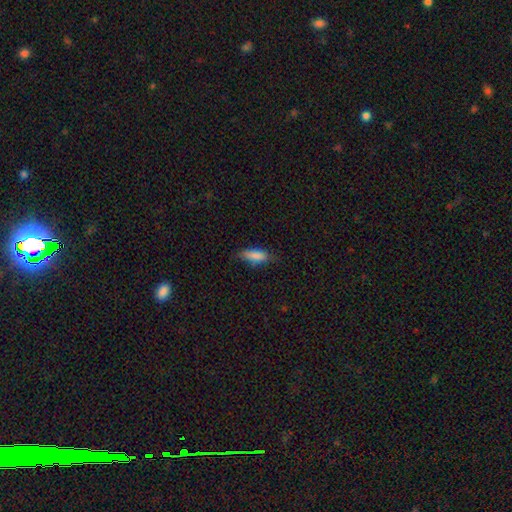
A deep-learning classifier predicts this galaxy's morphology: A smooth galaxy with no disk features (84%) that is in between round and cigar-shaped (67%).

Vote fractions:
- Smooth or featured? smooth: 84% / featured or disk: 8% / star or artifact: 7%
- How rounded? in between: 67% / cigar-shaped: 31% / round: 2%
- Merging? none: 67% / minor disturbance: 26% / major disturbance: 6% / merger: 2%